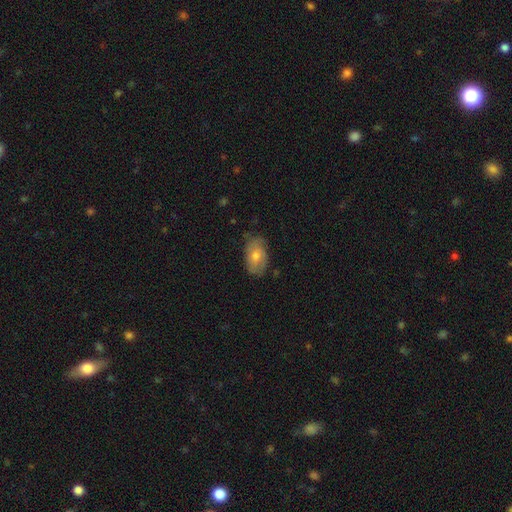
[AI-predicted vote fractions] Smooth or featured? smooth (58%)
How rounded? in between (91%)
Merging? none (74%)